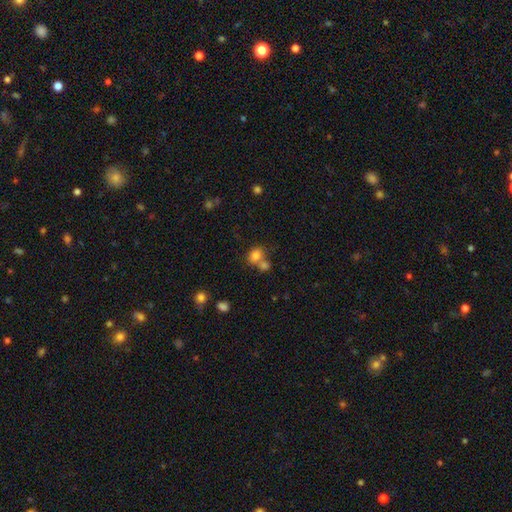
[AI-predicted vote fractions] Smooth or featured? smooth (79%)
How rounded? in between (50%)
Merging? merger (48%)